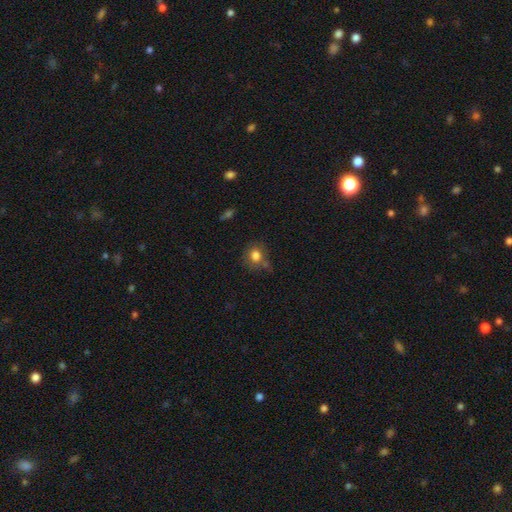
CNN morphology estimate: A smooth galaxy with no disk features (80%) that is round (66%). Merging: none (62%).